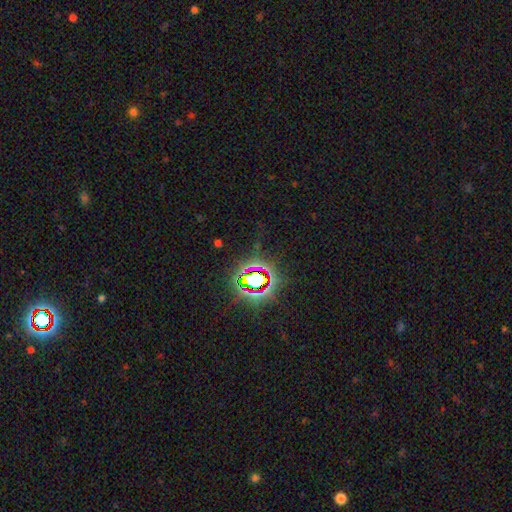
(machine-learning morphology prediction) Overall: star or artifact (80%).